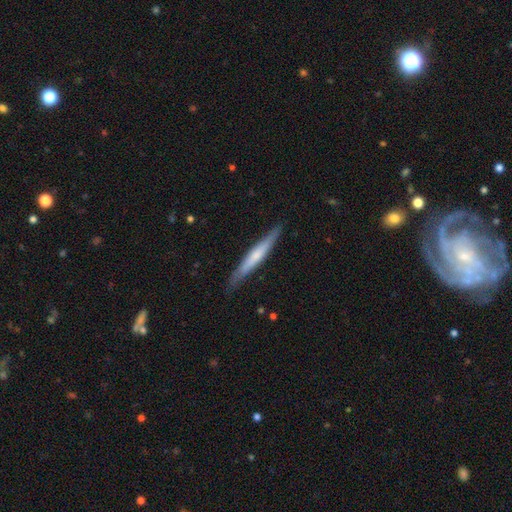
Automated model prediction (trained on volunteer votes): A smooth galaxy with no disk features (49%). Merging: none (87%).